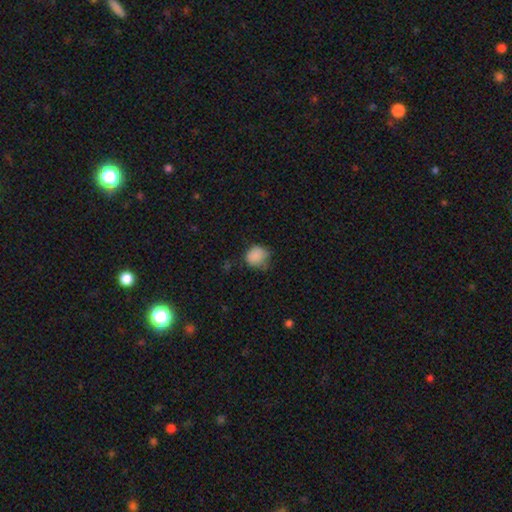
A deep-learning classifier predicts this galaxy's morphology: type=smooth (84%); roundness=round (75%); merging=none (56%).